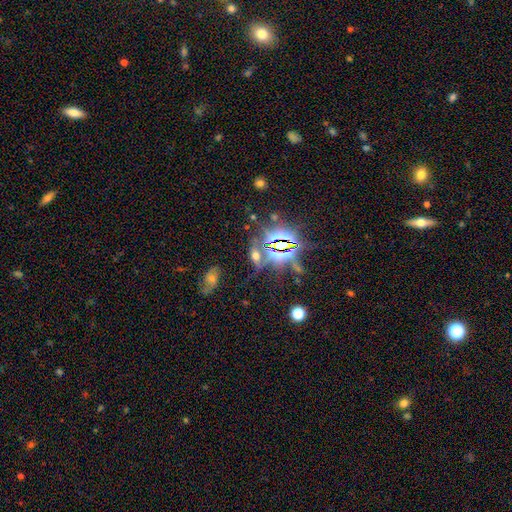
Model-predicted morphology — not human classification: The model was most divided on "smooth or featured": star or artifact: 55%, smooth: 29%, featured or disk: 16%.